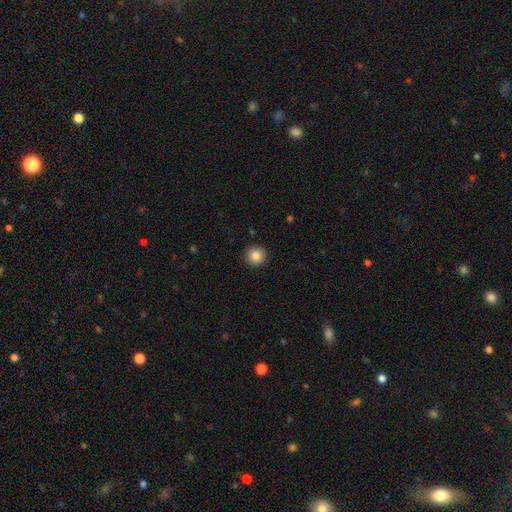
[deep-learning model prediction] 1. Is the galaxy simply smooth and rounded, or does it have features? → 86% smooth, 10% star or artifact, 4% featured or disk.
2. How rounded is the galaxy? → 95% round, 4% in between, 1% cigar-shaped.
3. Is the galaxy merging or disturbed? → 92% none, 5% minor disturbance, 2% major disturbance, 1% merger.